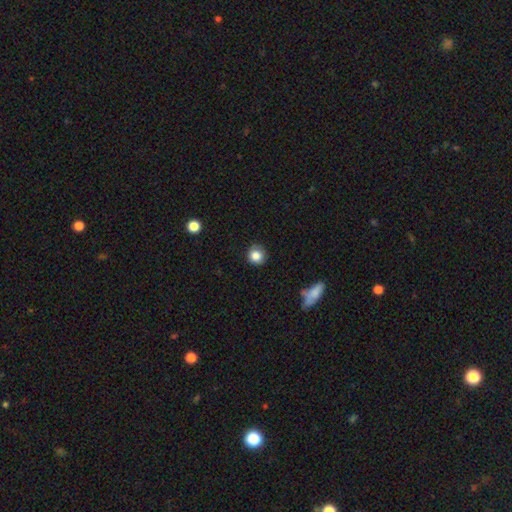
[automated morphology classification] Smooth or featured? Predicted: smooth (p=0.84). How rounded? Predicted: round (p=0.90). Merging? Predicted: none (p=0.83).